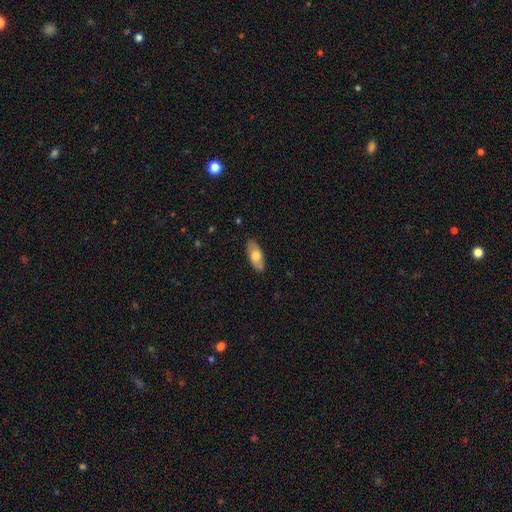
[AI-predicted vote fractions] A smooth galaxy with no disk features (66%) that is in between round and cigar-shaped (87%). Merging: none (86%).